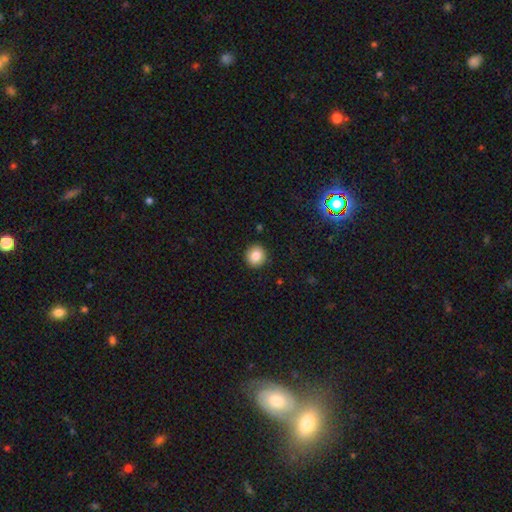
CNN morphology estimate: type=smooth (86%); roundness=round (92%); merging=none (91%).